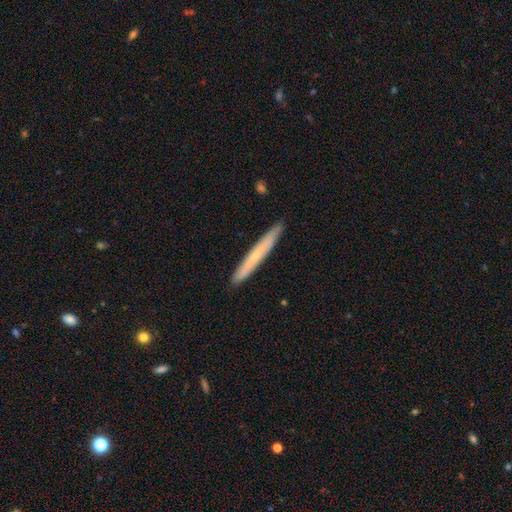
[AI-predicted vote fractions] This is possibly a smooth galaxy (52%). How rounded: clearly cigar-shaped (97%). Merging: clearly none (91%).